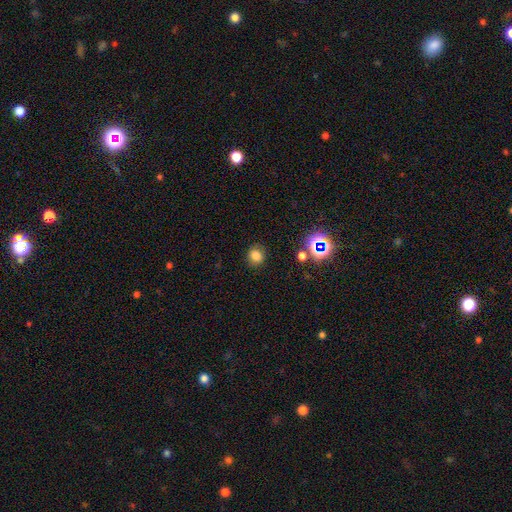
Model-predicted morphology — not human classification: Q: Smooth or featured?
A: smooth (76%); runner-up: star or artifact (17%)
Q: How rounded?
A: round (71%); runner-up: in between (28%)
Q: Merging?
A: none (86%); runner-up: minor disturbance (10%)